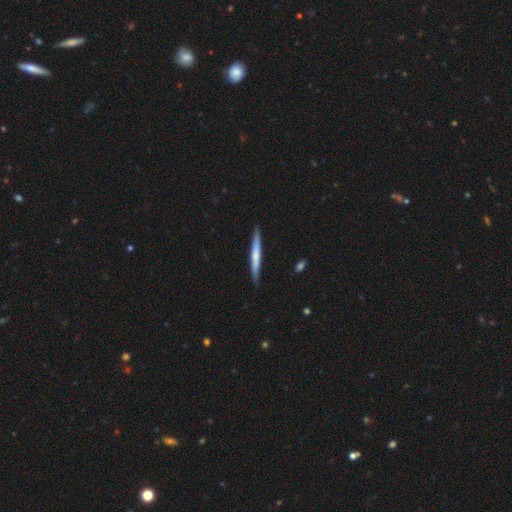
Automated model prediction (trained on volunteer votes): Smooth or featured? smooth (54%)
How rounded? cigar-shaped (96%)
Merging? none (88%)